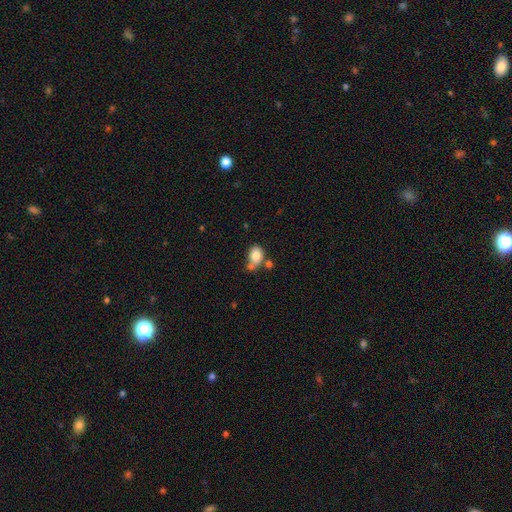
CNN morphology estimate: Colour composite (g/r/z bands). It shows a smooth galaxy with no disk features (80%) that is in between round and cigar-shaped (62%). Merging: none (41%).